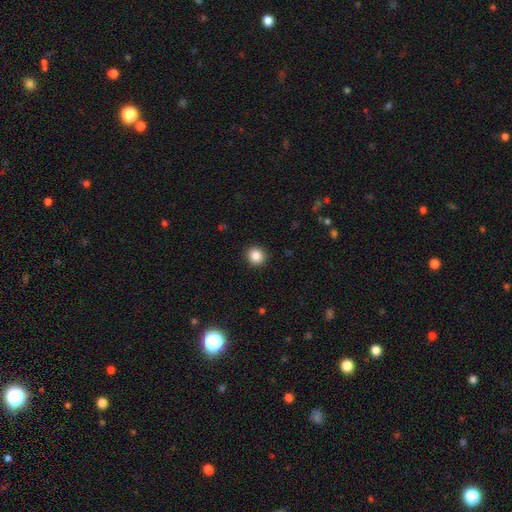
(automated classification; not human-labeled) Smooth or featured? smooth (86%)
How rounded? round (88%)
Merging? none (91%)